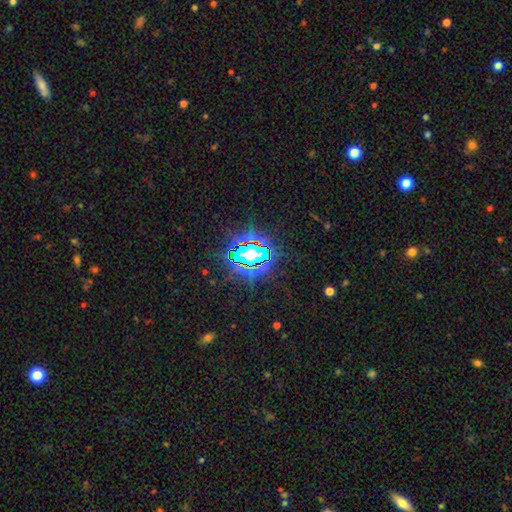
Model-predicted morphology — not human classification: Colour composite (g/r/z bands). It shows a star or artifact, not a galaxy (81%).